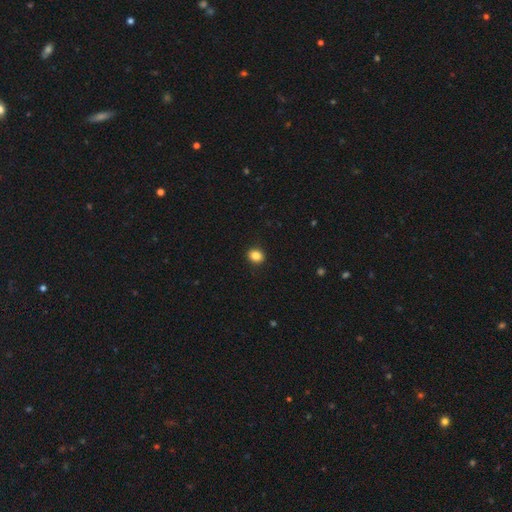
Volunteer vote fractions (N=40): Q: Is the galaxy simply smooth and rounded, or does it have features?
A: smooth — 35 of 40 (88%).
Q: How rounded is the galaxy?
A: round — 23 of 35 (66%).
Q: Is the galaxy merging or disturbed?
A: none — 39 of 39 (100%).